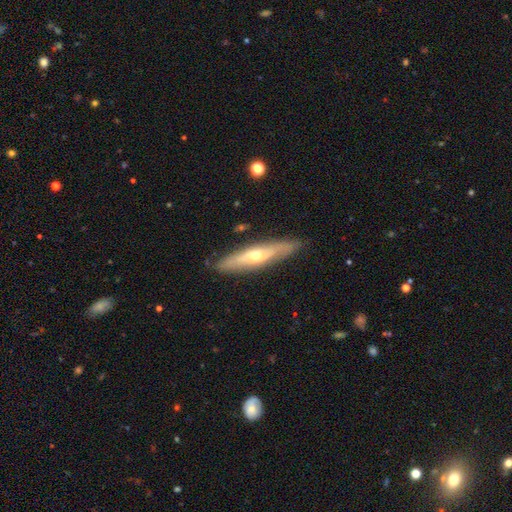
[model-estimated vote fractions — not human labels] A featured or disk galaxy (64%) viewed edge-on (71%).

Vote fractions:
- Smooth or featured? featured or disk: 64% / smooth: 31% / star or artifact: 6%
- Edge-on disk? yes: 71% / no: 29%
- Merging? none: 84% / minor disturbance: 12% / major disturbance: 2% / merger: 1%